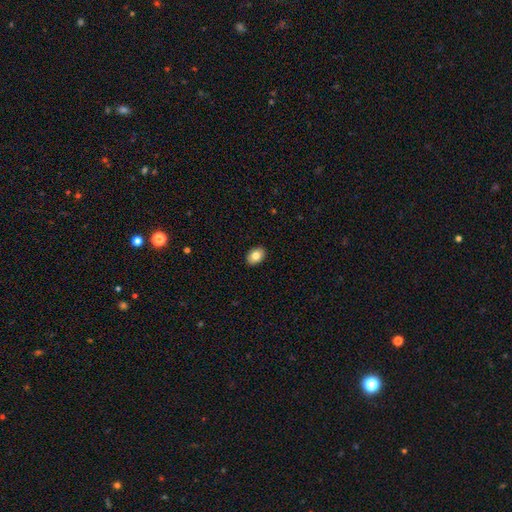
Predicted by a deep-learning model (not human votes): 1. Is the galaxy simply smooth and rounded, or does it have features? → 83% smooth, 10% featured or disk, 8% star or artifact.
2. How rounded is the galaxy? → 83% in between, 16% round, 1% cigar-shaped.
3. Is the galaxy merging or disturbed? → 91% none, 7% minor disturbance, 2% major disturbance, 1% merger.